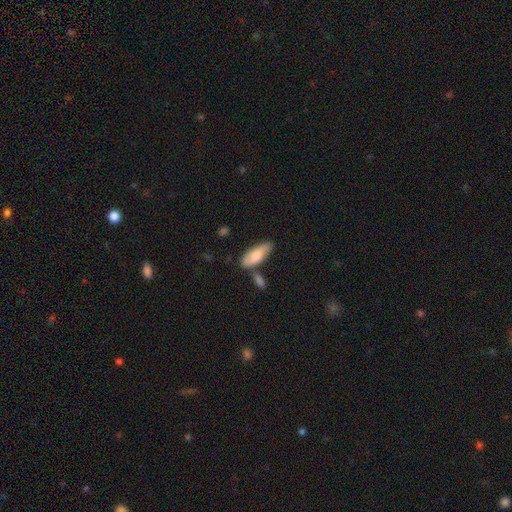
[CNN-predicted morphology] Overall: smooth (75%). How rounded: in between (71%). Merging: none (65%).